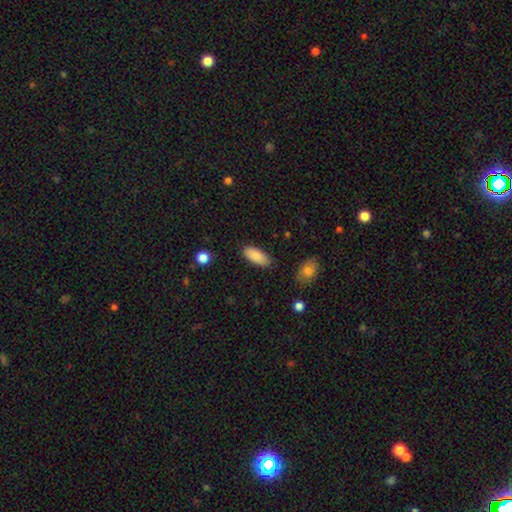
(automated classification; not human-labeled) smooth_or_featured: smooth (p=0.87) [alt: star or artifact p=0.06]
how_rounded: in between (p=0.86) [alt: cigar-shaped p=0.12]
merging: none (p=0.85) [alt: minor disturbance p=0.11]